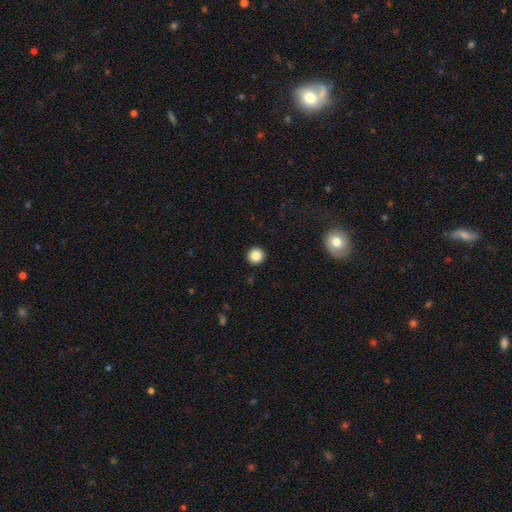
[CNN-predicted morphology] This appears to be a smooth galaxy with no disk features (87%) that is round (95%). Merging: none (93%).